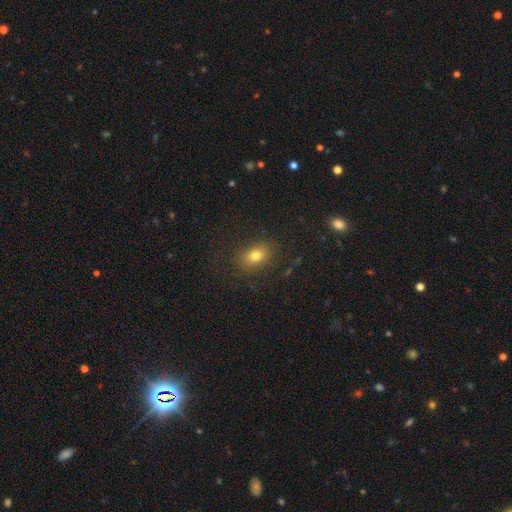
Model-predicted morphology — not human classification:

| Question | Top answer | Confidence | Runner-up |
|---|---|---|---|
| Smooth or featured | smooth | 78% | star or artifact (12%) |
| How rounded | in between | 75% | round (24%) |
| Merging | none | 84% | minor disturbance (11%) |